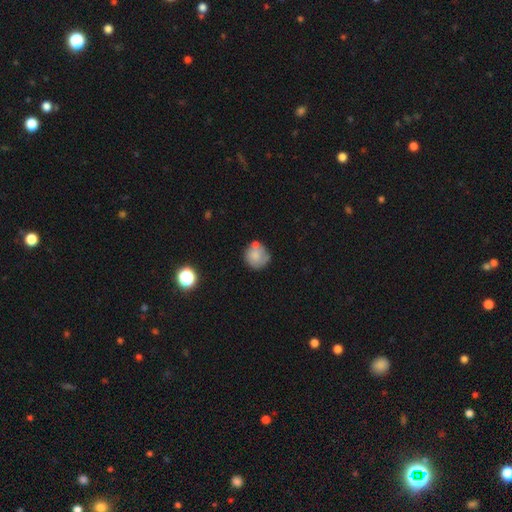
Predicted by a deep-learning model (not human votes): Smooth or featured? Predicted: smooth (p=0.73). How rounded? Predicted: round (p=0.88). Merging? Predicted: none (p=0.58).